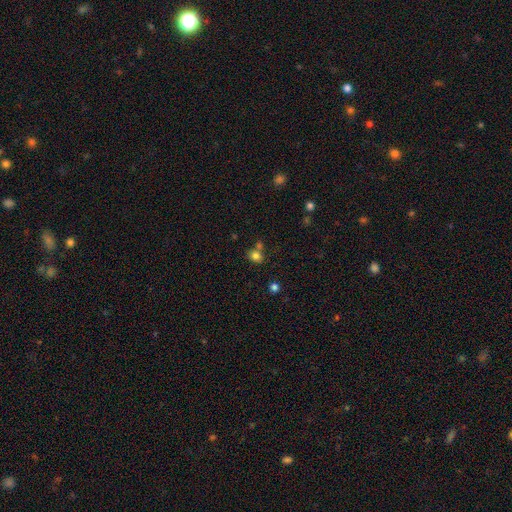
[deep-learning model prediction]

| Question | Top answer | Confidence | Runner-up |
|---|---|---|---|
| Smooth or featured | smooth | 80% | star or artifact (14%) |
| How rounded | round | 61% | in between (38%) |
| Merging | none | 63% | merger (21%) |